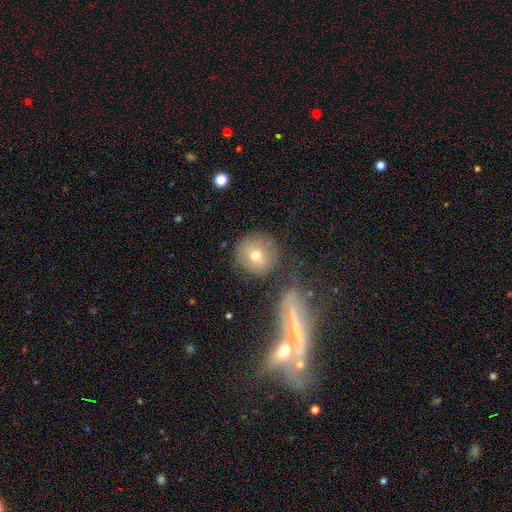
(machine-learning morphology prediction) This is likely a smooth galaxy (65%). How rounded: clearly round (91%). Merging: likely none (66%).